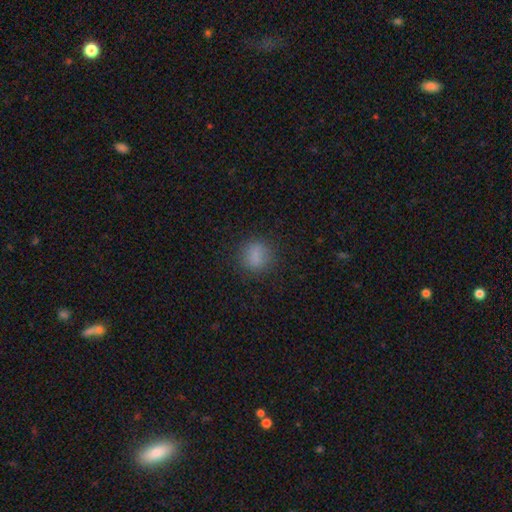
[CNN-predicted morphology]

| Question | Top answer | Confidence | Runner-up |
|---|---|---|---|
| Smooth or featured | smooth | 81% | star or artifact (12%) |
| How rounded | round | 82% | in between (17%) |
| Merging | none | 82% | minor disturbance (12%) |